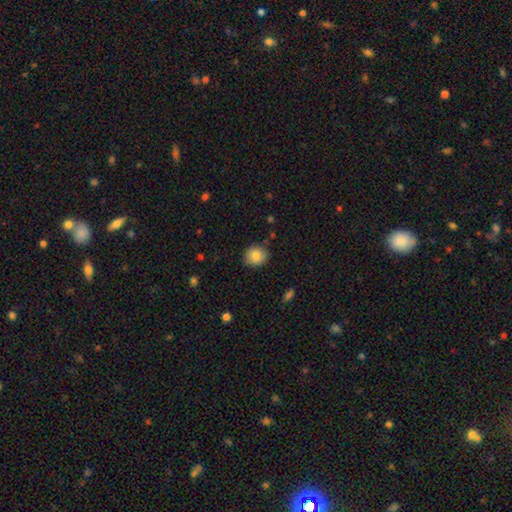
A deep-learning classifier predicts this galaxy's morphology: The model was most divided on "how rounded": round: 83%, in between: 16%, cigar-shaped: 1%. More confident: merging — none (87%); smooth or featured — smooth (84%).